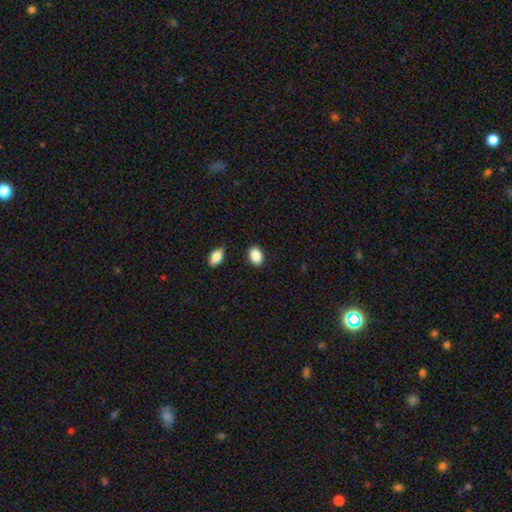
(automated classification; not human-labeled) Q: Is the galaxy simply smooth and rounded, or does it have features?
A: smooth — 88%.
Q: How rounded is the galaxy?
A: in between — 78%.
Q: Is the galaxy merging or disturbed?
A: none — 85%.